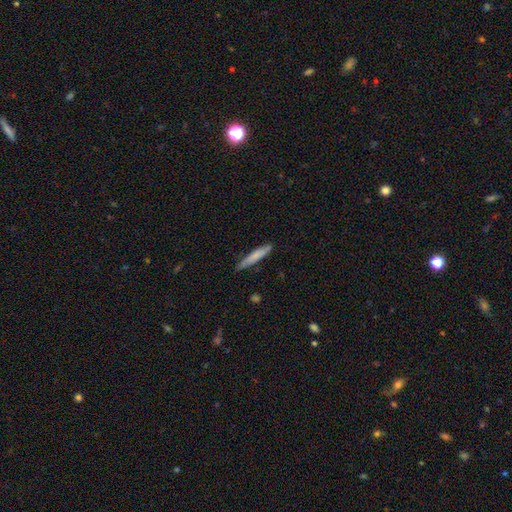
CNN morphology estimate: Smooth or featured? smooth (71%)
How rounded? cigar-shaped (94%)
Merging? none (83%)